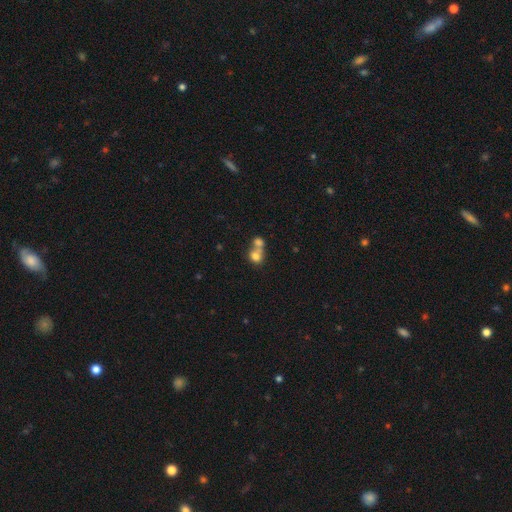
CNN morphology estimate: smooth 75%, featured or disk 14%, star or artifact 11%. Down the decision tree: how rounded — round (65%); merging — merger (65%).